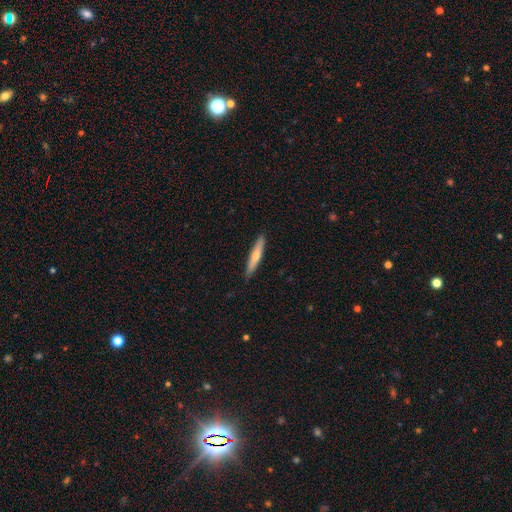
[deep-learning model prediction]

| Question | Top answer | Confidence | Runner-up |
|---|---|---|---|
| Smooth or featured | smooth | 50% | featured or disk (44%) |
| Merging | none | 90% | minor disturbance (7%) |